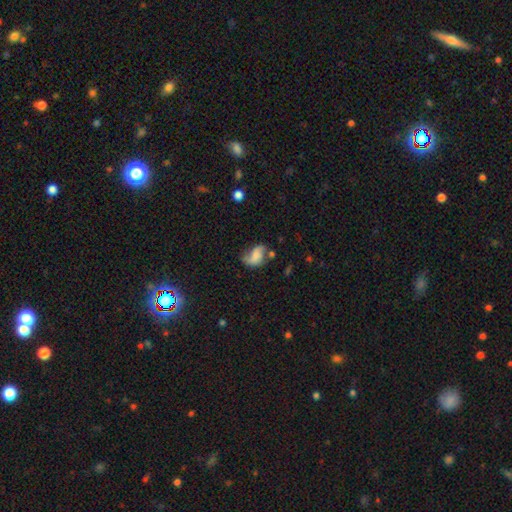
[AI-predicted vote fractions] A featured or disk galaxy (48%).

Vote fractions:
- Smooth or featured? featured or disk: 48% / smooth: 41% / star or artifact: 10%
- Merging? none: 41% / minor disturbance: 29% / major disturbance: 22% / merger: 9%